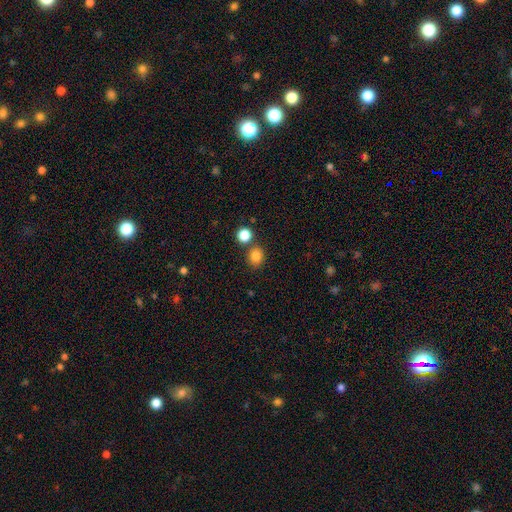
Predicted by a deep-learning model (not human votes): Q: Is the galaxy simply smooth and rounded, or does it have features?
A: smooth — 83%.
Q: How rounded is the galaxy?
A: round — 65%.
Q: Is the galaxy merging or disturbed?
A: none — 73%.